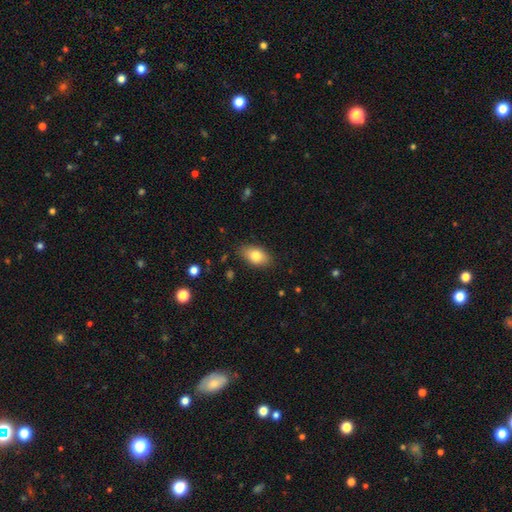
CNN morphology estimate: Smooth or featured? Predicted: smooth (p=0.79). How rounded? Predicted: in between (p=0.89). Merging? Predicted: none (p=0.85).